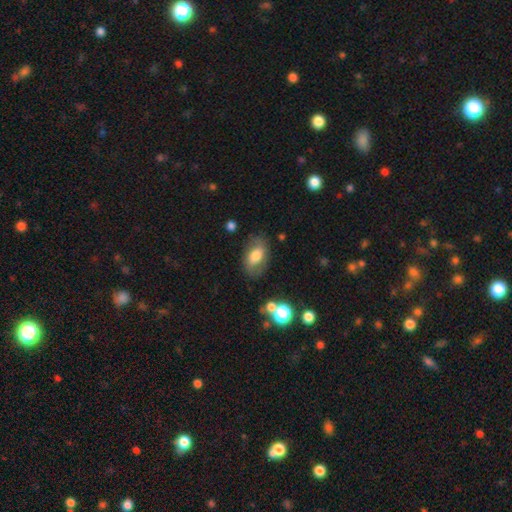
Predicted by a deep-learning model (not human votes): Overall: smooth (63%; featured or disk 29%). How rounded: in between (87%). Merging: none (72%).